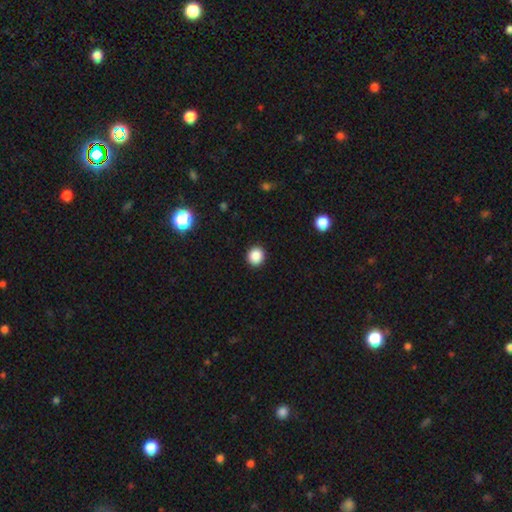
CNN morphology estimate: type=smooth (87%); roundness=round (88%); merging=none (92%).